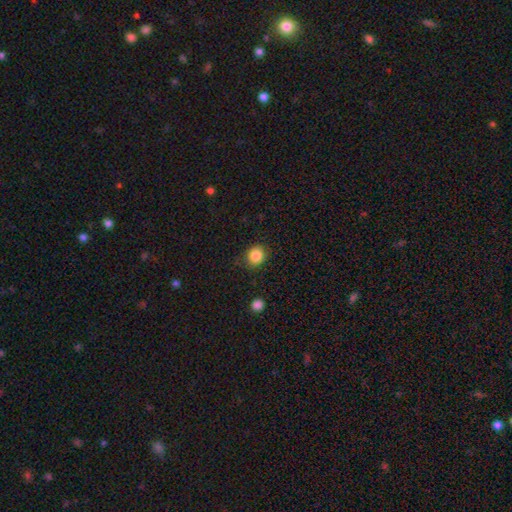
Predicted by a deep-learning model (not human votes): smooth_or_featured: smooth (p=0.86) [alt: star or artifact p=0.10]
how_rounded: round (p=0.83) [alt: in between p=0.16]
merging: none (p=0.85) [alt: minor disturbance p=0.10]